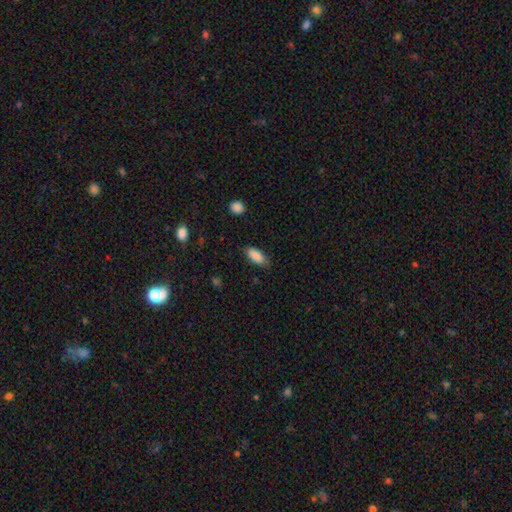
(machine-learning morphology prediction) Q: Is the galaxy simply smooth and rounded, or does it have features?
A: smooth — 88%.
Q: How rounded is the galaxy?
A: in between — 81%.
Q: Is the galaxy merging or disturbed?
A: none — 81%.